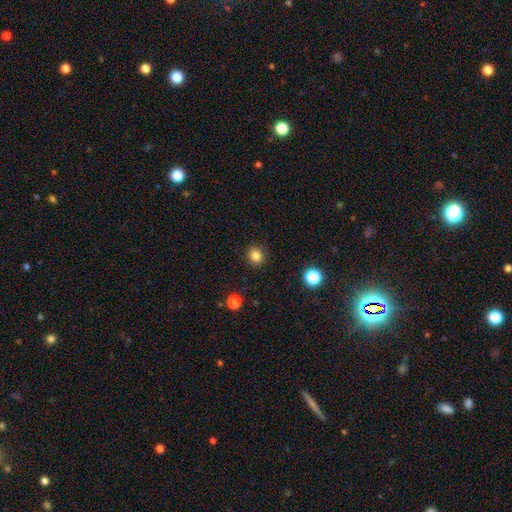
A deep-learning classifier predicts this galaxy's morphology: A smooth galaxy with no disk features (83%) that is round (90%). Merging: none (91%).